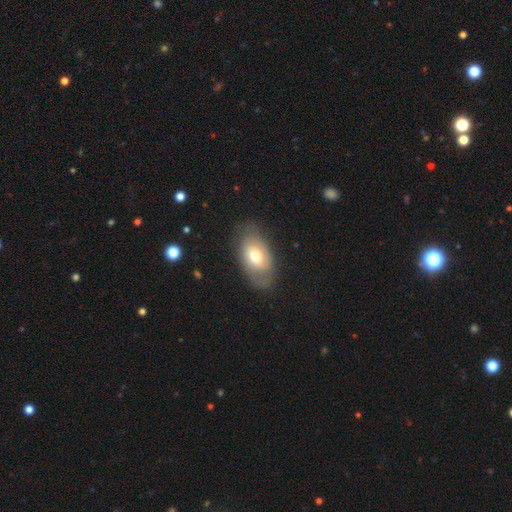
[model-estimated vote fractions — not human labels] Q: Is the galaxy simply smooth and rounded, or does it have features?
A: smooth — 54%.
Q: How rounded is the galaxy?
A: in between — 91%.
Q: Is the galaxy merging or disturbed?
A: none — 71%.